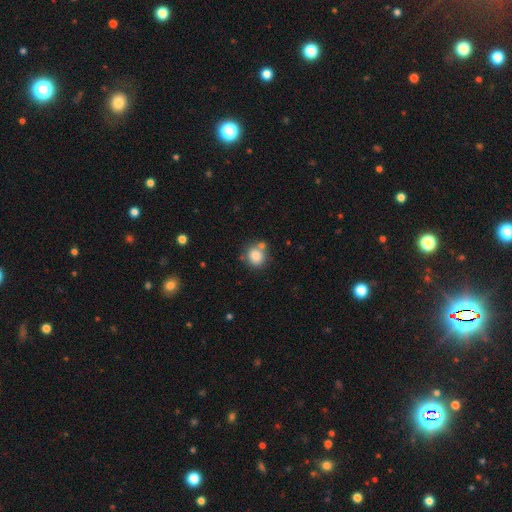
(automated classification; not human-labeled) A smooth galaxy with no disk features (84%) that is round (82%). Merging: none (64%).